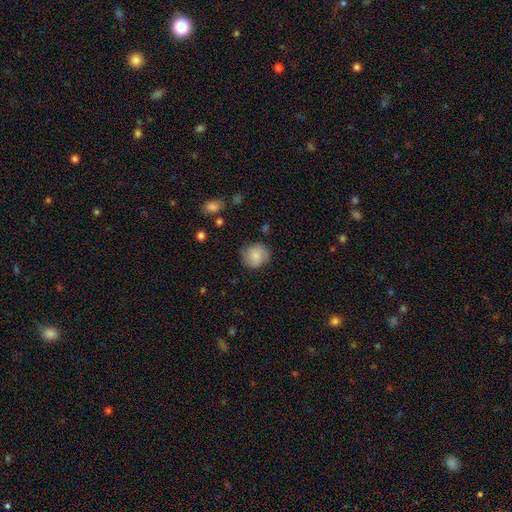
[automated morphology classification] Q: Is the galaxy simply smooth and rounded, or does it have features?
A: smooth — 74%.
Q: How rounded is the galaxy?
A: round — 83%.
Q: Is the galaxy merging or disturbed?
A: none — 75%.